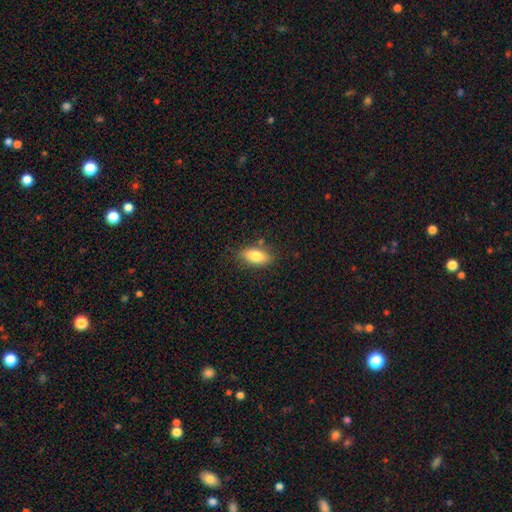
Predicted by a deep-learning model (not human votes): Q: Smooth or featured?
A: smooth (80%); runner-up: featured or disk (13%)
Q: How rounded?
A: in between (86%); runner-up: cigar-shaped (10%)
Q: Merging?
A: none (81%); runner-up: minor disturbance (13%)